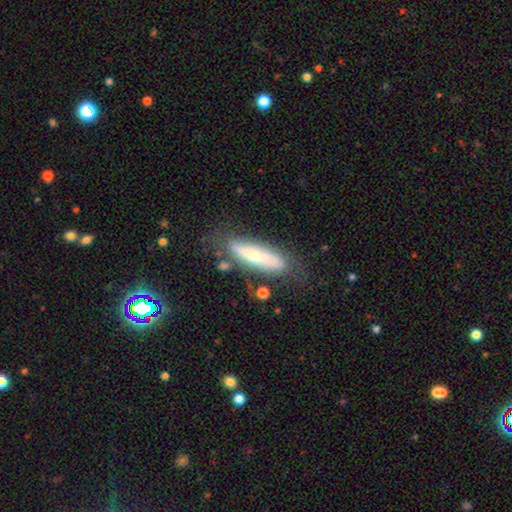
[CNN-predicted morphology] The model was most divided on "smooth or featured": smooth: 48%, featured or disk: 46%, star or artifact: 7%. More confident: merging — none (64%).